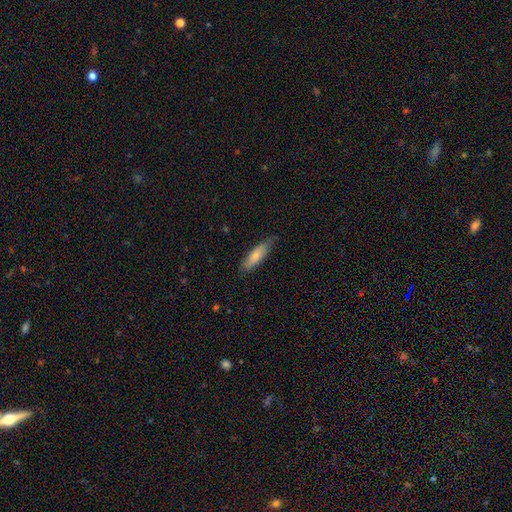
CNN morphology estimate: Smooth or featured?
  - smooth: 78% *
  - featured or disk: 17%
  - star or artifact: 5%
How rounded?
  - cigar-shaped: 55% *
  - in between: 44%
  - round: 2%
Merging?
  - none: 72% *
  - minor disturbance: 23%
  - major disturbance: 4%
  - merger: 1%